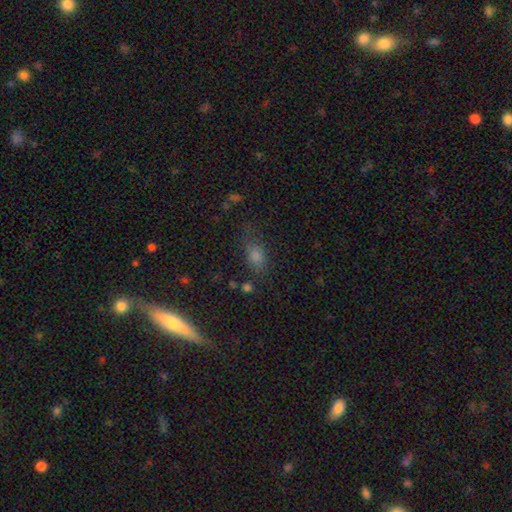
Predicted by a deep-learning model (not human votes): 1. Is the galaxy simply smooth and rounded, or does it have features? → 65% smooth, 19% star or artifact, 16% featured or disk.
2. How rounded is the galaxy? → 67% in between, 19% round, 15% cigar-shaped.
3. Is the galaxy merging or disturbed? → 69% none, 19% minor disturbance, 8% major disturbance, 4% merger.